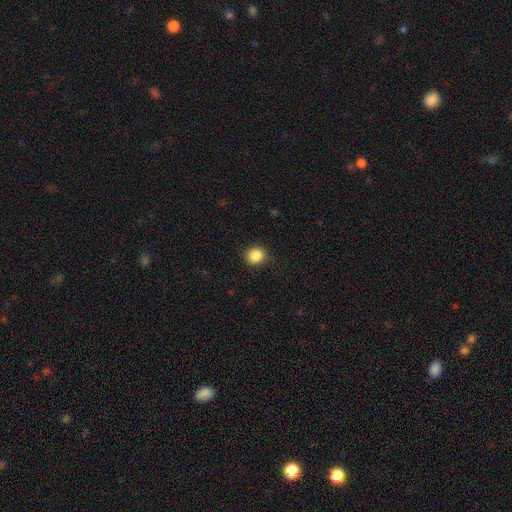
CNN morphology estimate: smooth_or_featured: smooth (p=0.87) [alt: star or artifact p=0.10]
how_rounded: round (p=0.86) [alt: in between p=0.13]
merging: none (p=0.89) [alt: minor disturbance p=0.08]